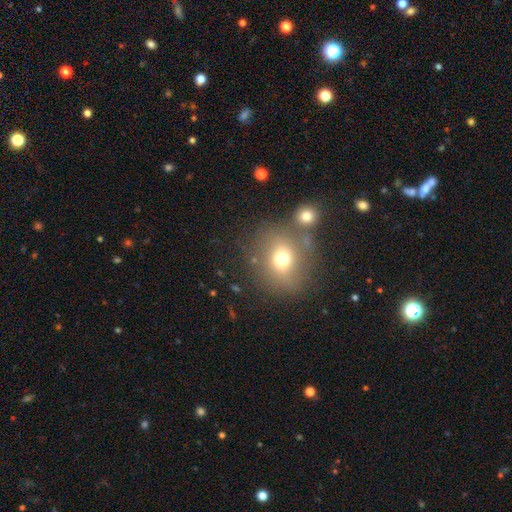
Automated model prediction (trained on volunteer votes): smooth 60%, star or artifact 23%, featured or disk 17%. Down the decision tree: how rounded — round (74%); merging — none (70%).